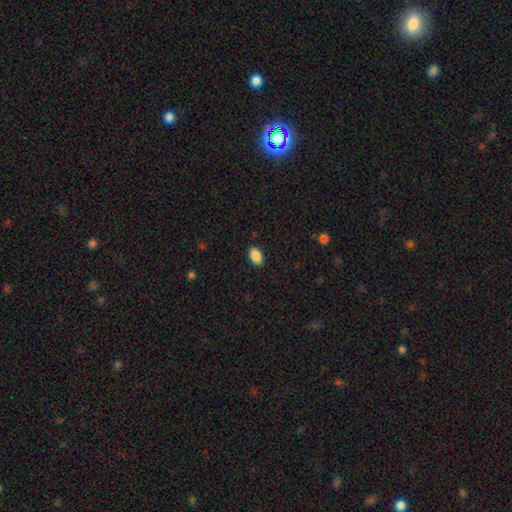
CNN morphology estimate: Q: Smooth or featured?
A: smooth (89%); runner-up: star or artifact (8%)
Q: How rounded?
A: in between (92%); runner-up: round (7%)
Q: Merging?
A: none (89%); runner-up: minor disturbance (8%)